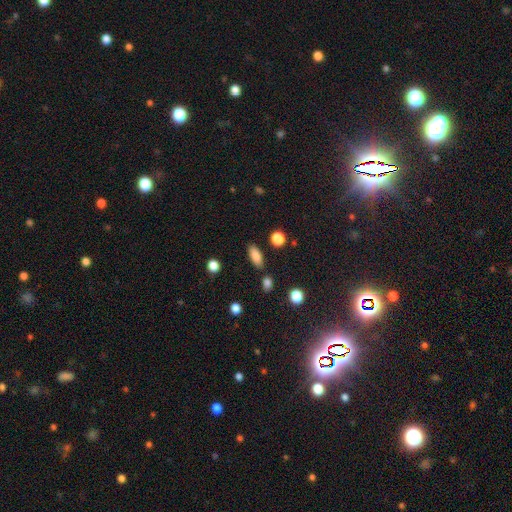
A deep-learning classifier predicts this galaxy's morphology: The model was most divided on "how rounded": in between: 78%, cigar-shaped: 18%, round: 4%. More confident: smooth or featured — smooth (85%); merging — none (82%).